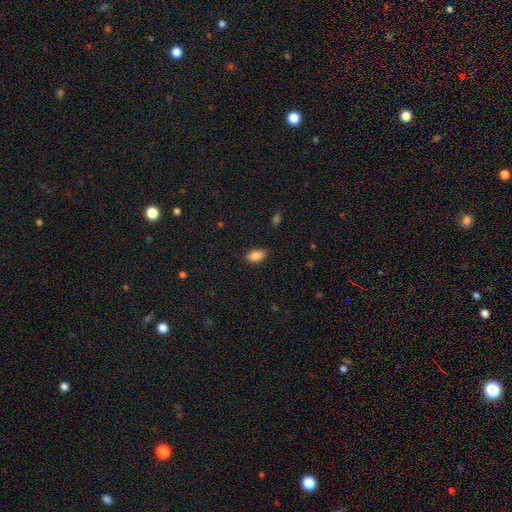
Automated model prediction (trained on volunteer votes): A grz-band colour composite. It shows a smooth galaxy with no disk features (87%) that is in between round and cigar-shaped (90%). Merging: none (80%).